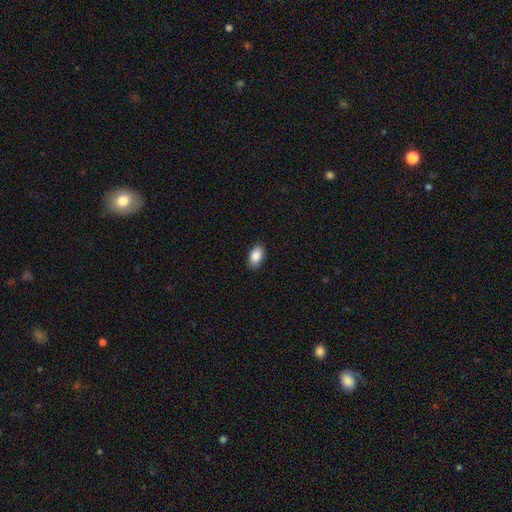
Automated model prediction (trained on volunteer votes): smooth 89%, star or artifact 7%, featured or disk 4%. Down the decision tree: how rounded — in between (93%); merging — none (89%).